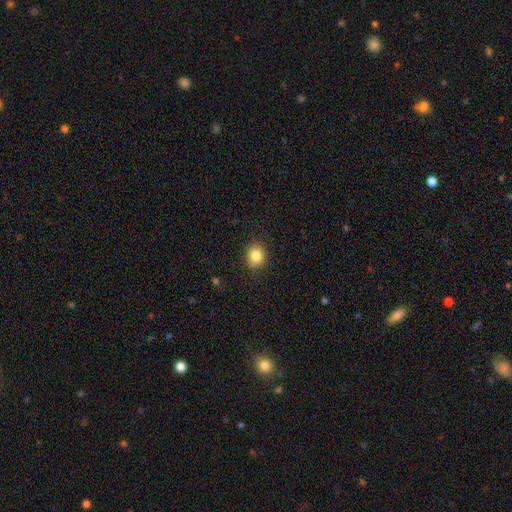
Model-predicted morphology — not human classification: Smooth or featured: smooth — 82% (star or artifact — 10%)
How rounded: round — 63% (in between — 36%)
Merging: none — 86% (minor disturbance — 11%)